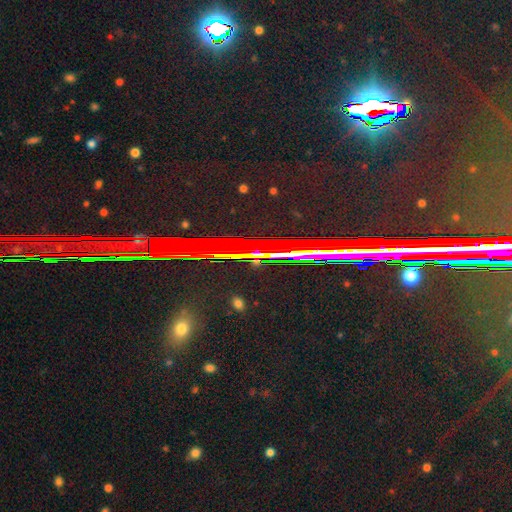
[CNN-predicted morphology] This is clearly a star or artifact rather than a galaxy (81%).